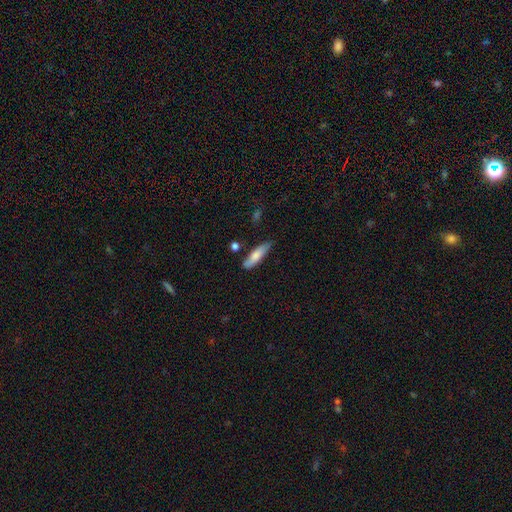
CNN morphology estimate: Smooth or featured? smooth (74%)
How rounded? cigar-shaped (62%)
Merging? none (70%)